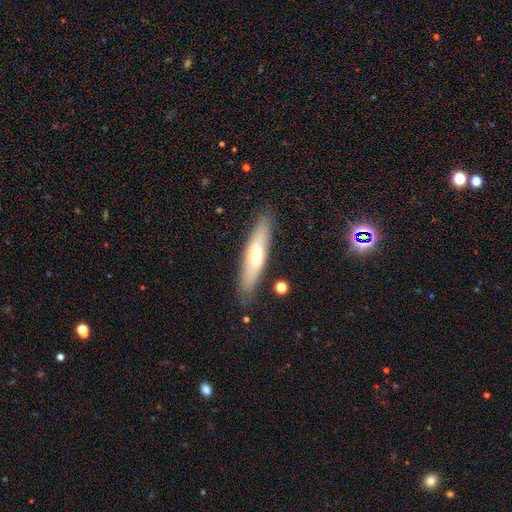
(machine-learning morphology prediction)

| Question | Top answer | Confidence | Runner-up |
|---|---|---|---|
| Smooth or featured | smooth | 52% | featured or disk (42%) |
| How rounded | cigar-shaped | 77% | in between (21%) |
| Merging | none | 86% | minor disturbance (10%) |